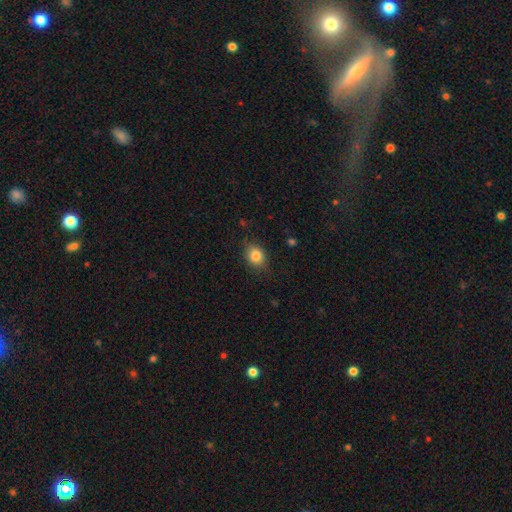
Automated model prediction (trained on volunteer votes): smooth_or_featured: smooth (p=0.83) [alt: star or artifact p=0.09]
how_rounded: round (p=0.56) [alt: in between p=0.43]
merging: none (p=0.77) [alt: minor disturbance p=0.18]